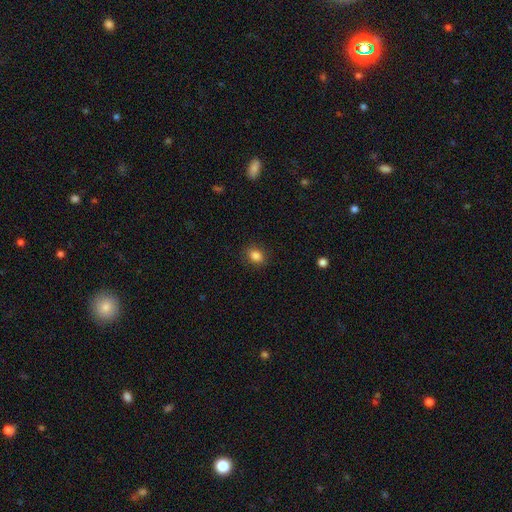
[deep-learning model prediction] A smooth galaxy with no disk features (86%) that is in between round and cigar-shaped (64%). Merging: none (88%).